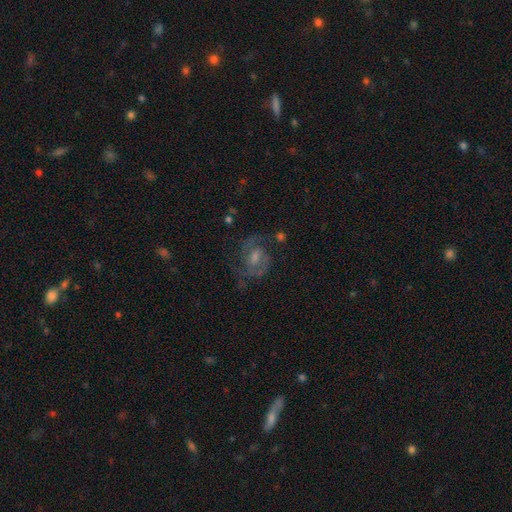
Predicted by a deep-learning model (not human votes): Q: Smooth or featured?
A: featured or disk (80%); runner-up: star or artifact (11%)
Q: Edge-on disk?
A: no (97%); runner-up: yes (3%)
Q: Bar?
A: weak (51%); runner-up: no (35%)
Q: Spiral arms?
A: yes (95%); runner-up: no (5%)
Q: Spiral winding?
A: medium (54%); runner-up: tight (31%)
Q: Spiral arm count?
A: 2 (82%); runner-up: can't tell (8%)
Q: Bulge size?
A: moderate (45%); runner-up: small (38%)
Q: Merging?
A: none (71%); runner-up: minor disturbance (16%)